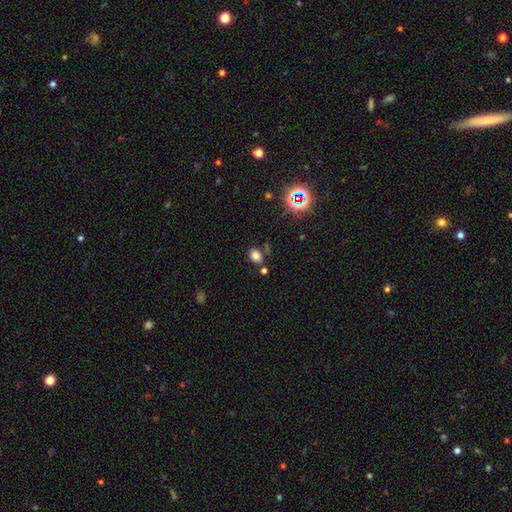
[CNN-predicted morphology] Smooth or featured: smooth — 75% (star or artifact — 19%)
How rounded: in between — 57% (round — 42%)
Merging: none — 72% (minor disturbance — 13%)